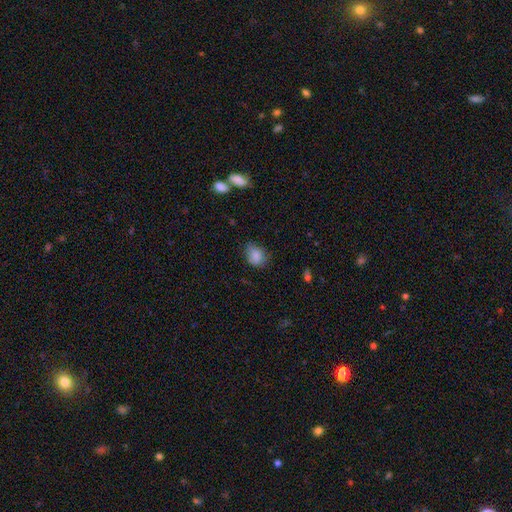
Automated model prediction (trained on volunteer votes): smooth 85%, star or artifact 9%, featured or disk 7%. Down the decision tree: how rounded — in between (56%); merging — none (64%).